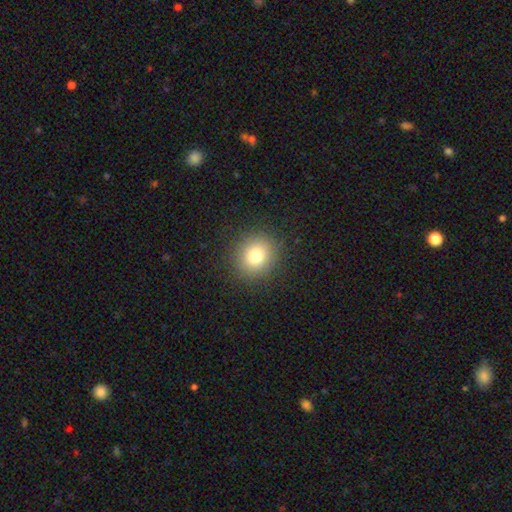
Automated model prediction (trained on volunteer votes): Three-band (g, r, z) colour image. It shows a smooth galaxy with no disk features (79%) that is round (84%). Merging: none (90%).